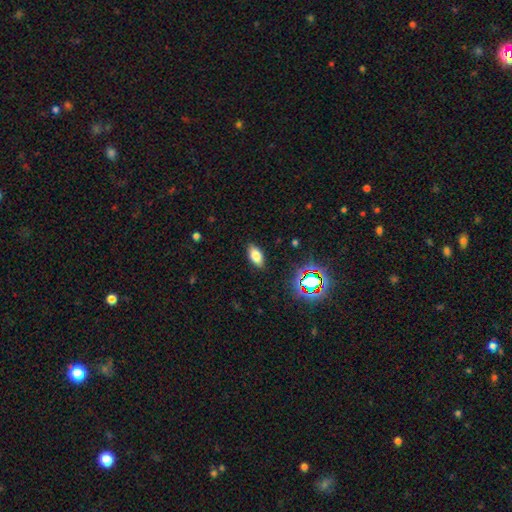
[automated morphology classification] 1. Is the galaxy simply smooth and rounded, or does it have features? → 76% smooth, 14% star or artifact, 11% featured or disk.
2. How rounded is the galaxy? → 88% in between, 7% cigar-shaped, 4% round.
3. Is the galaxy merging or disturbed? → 87% none, 9% minor disturbance, 2% major disturbance, 1% merger.